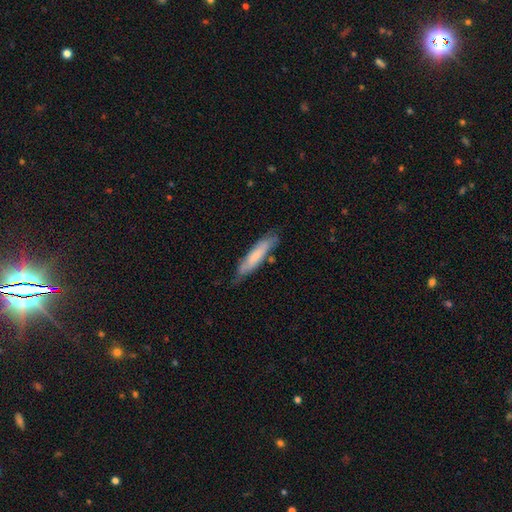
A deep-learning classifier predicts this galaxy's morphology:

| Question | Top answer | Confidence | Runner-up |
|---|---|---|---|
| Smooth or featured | smooth | 66% | featured or disk (28%) |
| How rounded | cigar-shaped | 83% | in between (16%) |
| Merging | none | 72% | minor disturbance (21%) |